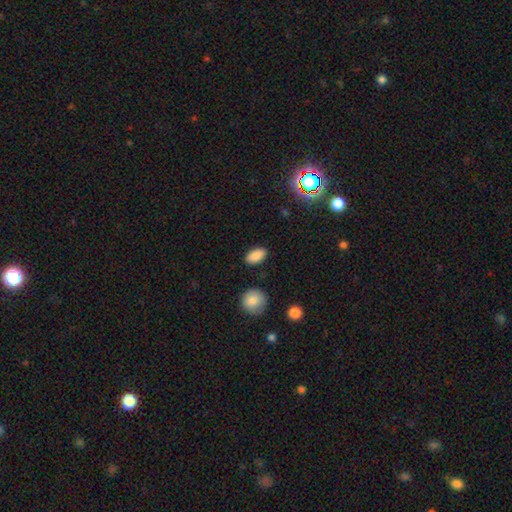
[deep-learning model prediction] A smooth galaxy with no disk features (88%) that is in between round and cigar-shaped (91%).

Vote fractions:
- Smooth or featured? smooth: 88% / star or artifact: 8% / featured or disk: 4%
- How rounded? in between: 91% / round: 7% / cigar-shaped: 3%
- Merging? none: 88% / minor disturbance: 8% / major disturbance: 2% / merger: 2%